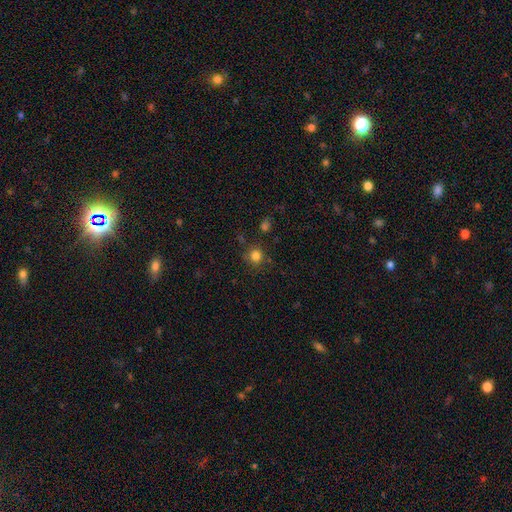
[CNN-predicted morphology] Q: Smooth or featured?
A: smooth (81%); runner-up: star or artifact (13%)
Q: How rounded?
A: round (90%); runner-up: in between (9%)
Q: Merging?
A: none (79%); runner-up: minor disturbance (12%)